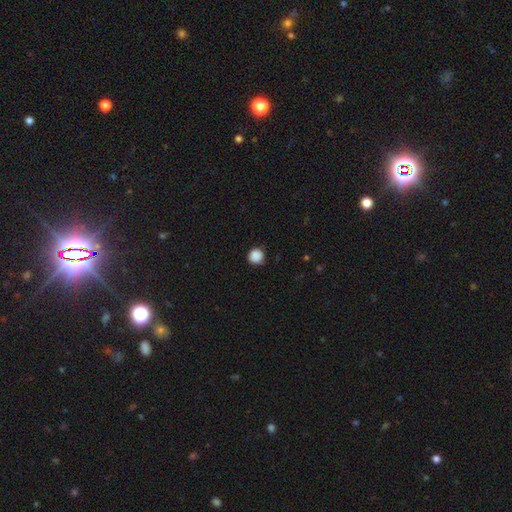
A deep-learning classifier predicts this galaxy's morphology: Smooth or featured? smooth (88%)
How rounded? round (95%)
Merging? none (87%)